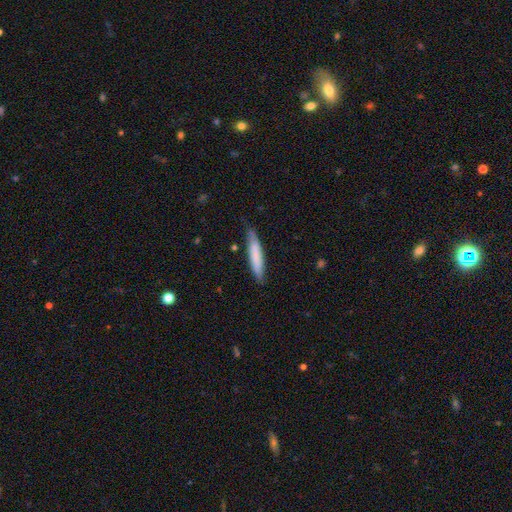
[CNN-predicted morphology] smooth_or_featured: smooth (p=0.76) [alt: featured or disk p=0.19]
how_rounded: cigar-shaped (p=0.90) [alt: in between p=0.09]
merging: none (p=0.79) [alt: minor disturbance p=0.17]